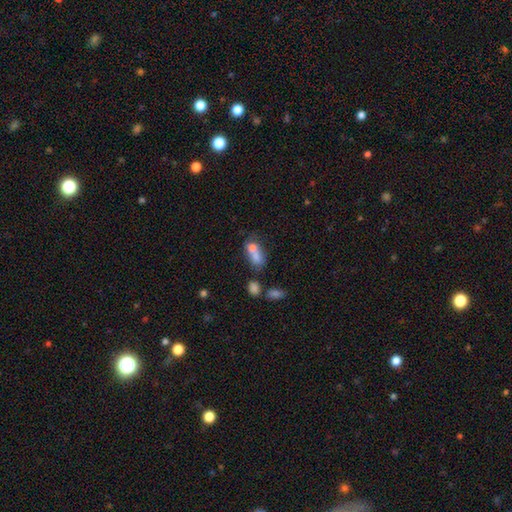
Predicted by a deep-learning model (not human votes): Overall: smooth (69%). How rounded: in between (64%; round 30%). Merging: merger (62%; none 23%).